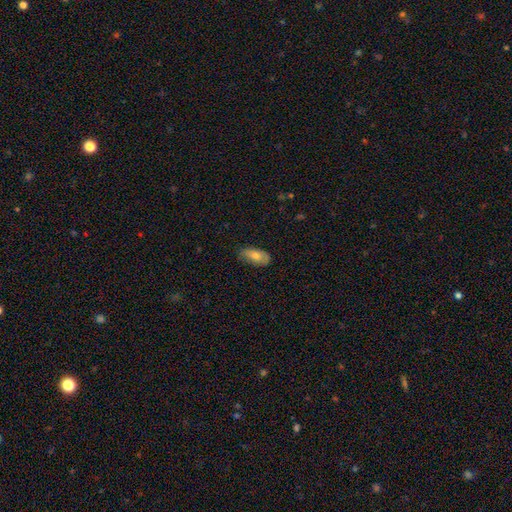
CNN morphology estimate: Smooth or featured? smooth (70%)
How rounded? in between (88%)
Merging? none (71%)